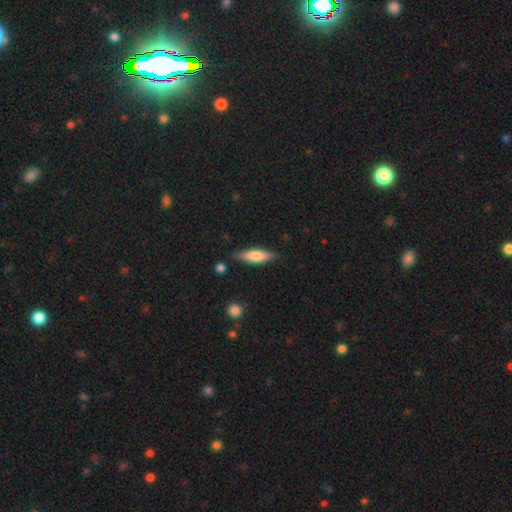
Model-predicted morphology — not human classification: Overall: smooth (57%; featured or disk 37%). How rounded: cigar-shaped (68%; in between 30%). Merging: none (84%).